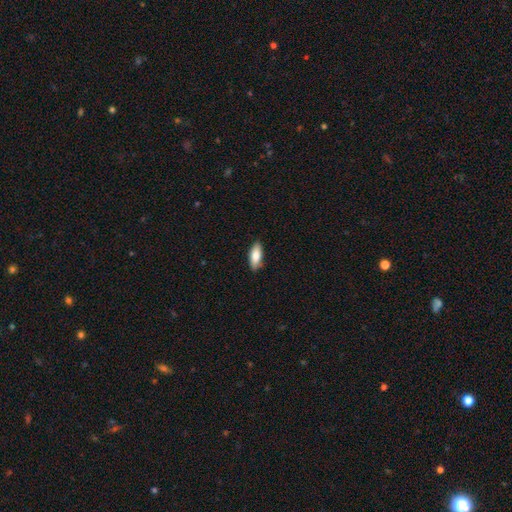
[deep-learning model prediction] Smooth or featured: smooth — 79% (featured or disk — 15%)
How rounded: in between — 74% (cigar-shaped — 24%)
Merging: none — 87% (minor disturbance — 10%)